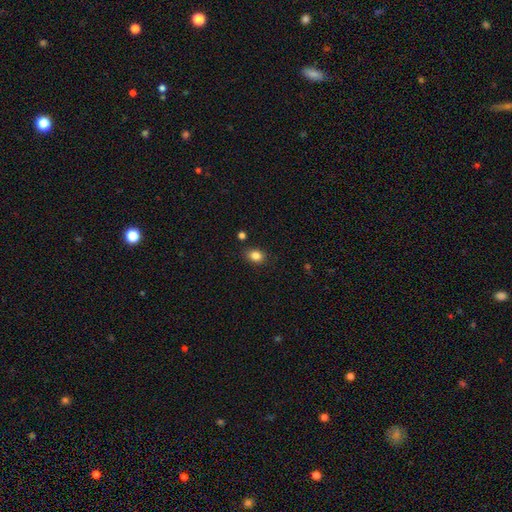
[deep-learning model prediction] Morphology: type=smooth (85%); roundness=in between (63%); merging=none (84%).